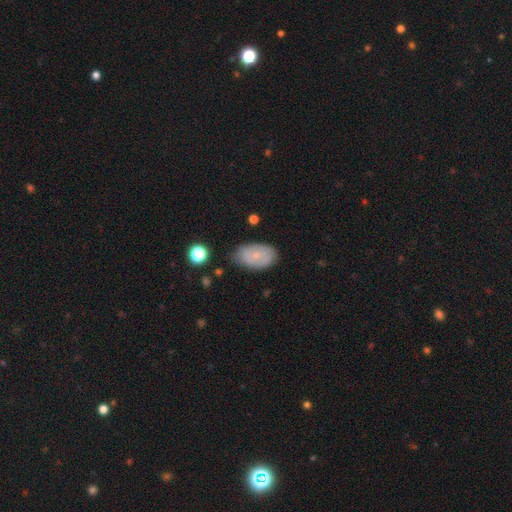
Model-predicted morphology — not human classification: This is possibly a smooth galaxy (57%). How rounded: clearly in between (91%). Merging: likely none (69%).